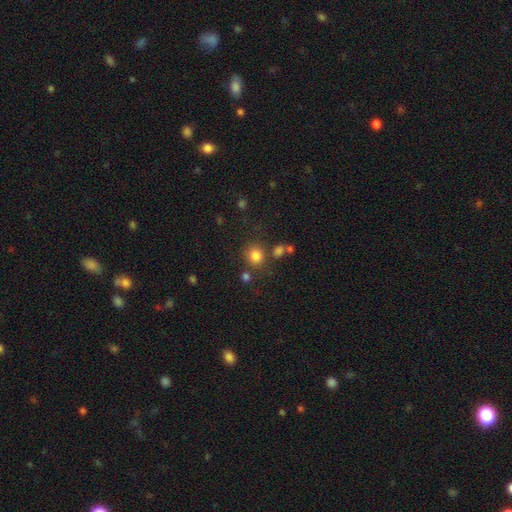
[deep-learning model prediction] Morphology: type=smooth (81%); roundness=round (81%); merging=none (73%).